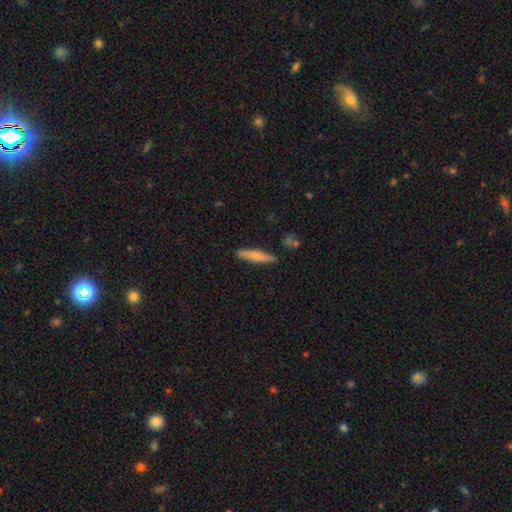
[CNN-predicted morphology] This is likely a smooth galaxy (65%). How rounded: clearly cigar-shaped (88%). Merging: clearly none (87%).